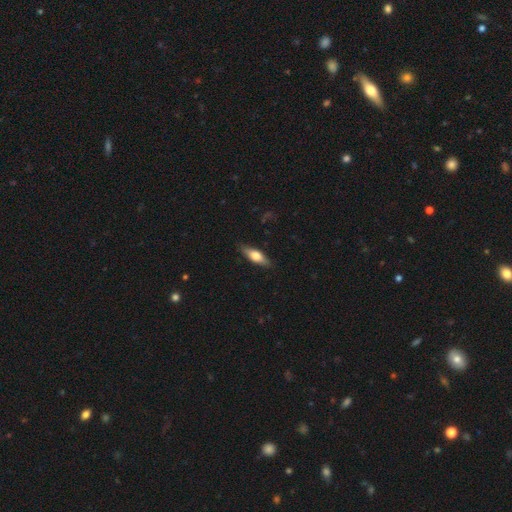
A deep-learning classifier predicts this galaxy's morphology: A smooth galaxy with no disk features (56%) that is in between round and cigar-shaped (56%). Merging: none (85%).